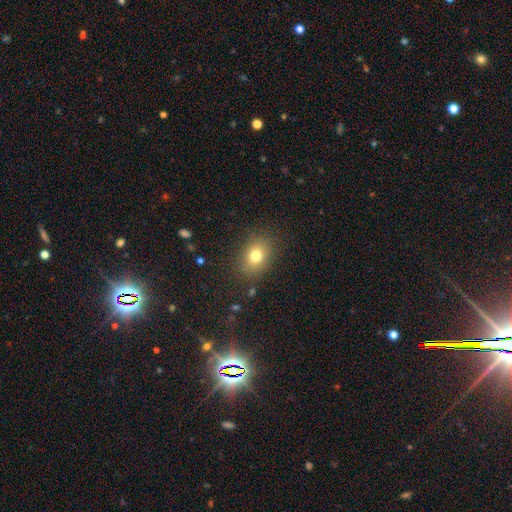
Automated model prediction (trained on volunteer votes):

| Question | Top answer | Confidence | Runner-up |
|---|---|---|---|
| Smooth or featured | smooth | 77% | star or artifact (12%) |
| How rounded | in between | 64% | round (35%) |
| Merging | none | 84% | minor disturbance (10%) |